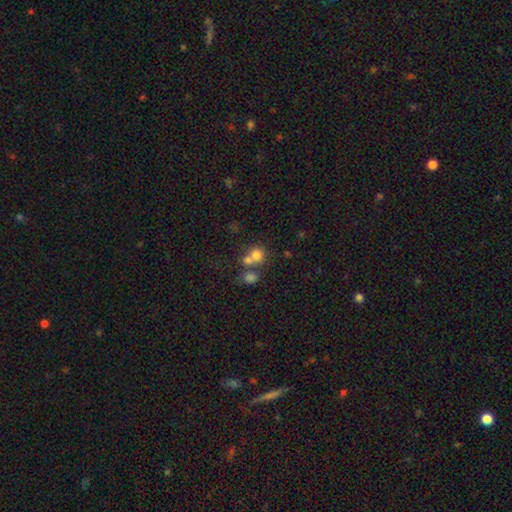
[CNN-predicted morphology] Smooth or featured: smooth — 73% (star or artifact — 14%)
How rounded: round — 79% (in between — 20%)
Merging: merger — 49% (none — 39%)